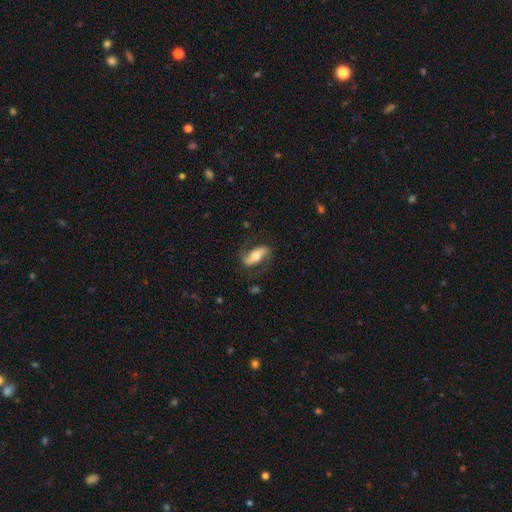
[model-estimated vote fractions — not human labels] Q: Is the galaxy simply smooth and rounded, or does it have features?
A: featured or disk — 54%.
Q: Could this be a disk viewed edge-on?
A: no — 79%.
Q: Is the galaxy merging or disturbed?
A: none — 72%.